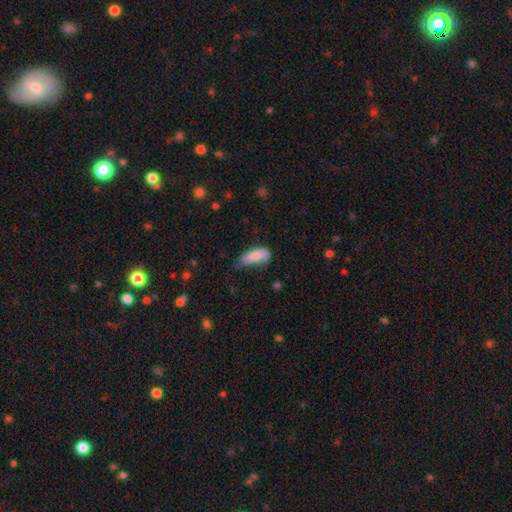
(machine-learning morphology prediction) Smooth or featured?
  - smooth: 80% *
  - featured or disk: 13%
  - star or artifact: 7%
How rounded?
  - in between: 70% *
  - cigar-shaped: 28%
  - round: 2%
Merging?
  - minor disturbance: 39% *
  - none: 37%
  - major disturbance: 19%
  - merger: 4%